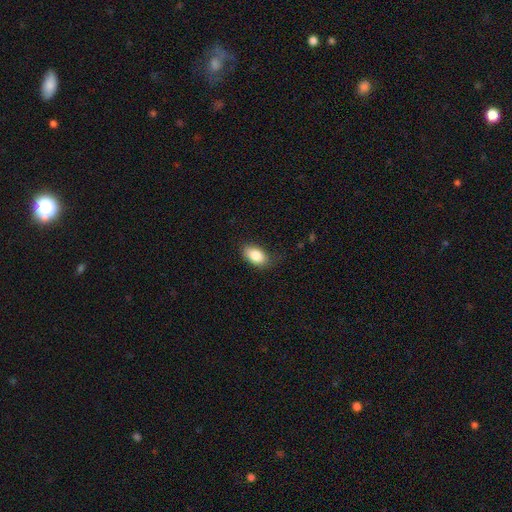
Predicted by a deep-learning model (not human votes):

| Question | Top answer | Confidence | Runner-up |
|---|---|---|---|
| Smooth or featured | smooth | 85% | featured or disk (8%) |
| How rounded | in between | 92% | round (6%) |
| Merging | none | 75% | minor disturbance (20%) |